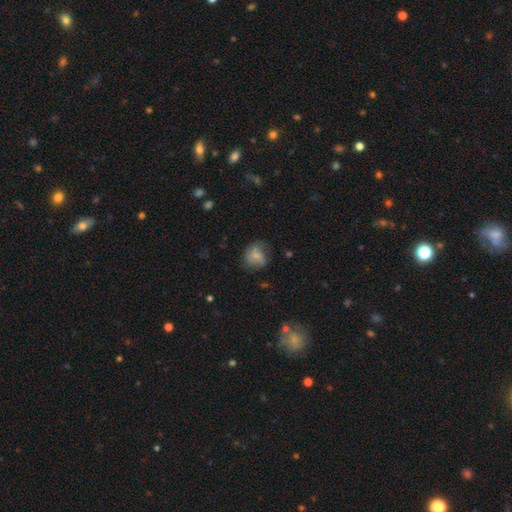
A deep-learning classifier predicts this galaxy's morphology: Smooth or featured? Predicted: smooth (p=0.66). How rounded? Predicted: round (p=0.65). Merging? Predicted: none (p=0.55).